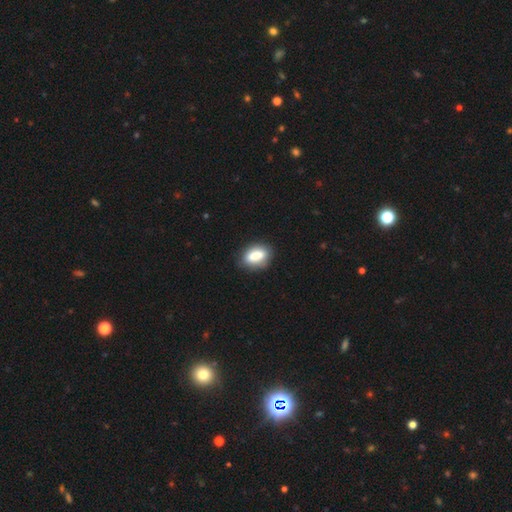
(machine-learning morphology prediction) Smooth or featured: smooth — 80% (featured or disk — 12%)
How rounded: in between — 83% (round — 12%)
Merging: none — 74% (minor disturbance — 17%)